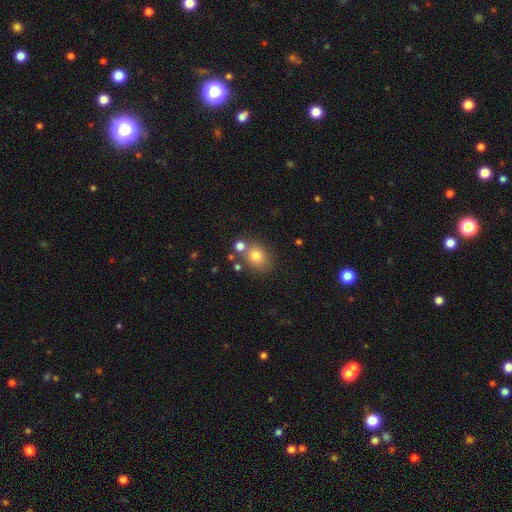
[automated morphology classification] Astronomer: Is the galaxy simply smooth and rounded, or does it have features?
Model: smooth — 77%.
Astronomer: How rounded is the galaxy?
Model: round — 62% (runner-up: in between, 37%).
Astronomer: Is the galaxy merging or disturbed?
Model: none — 64%.